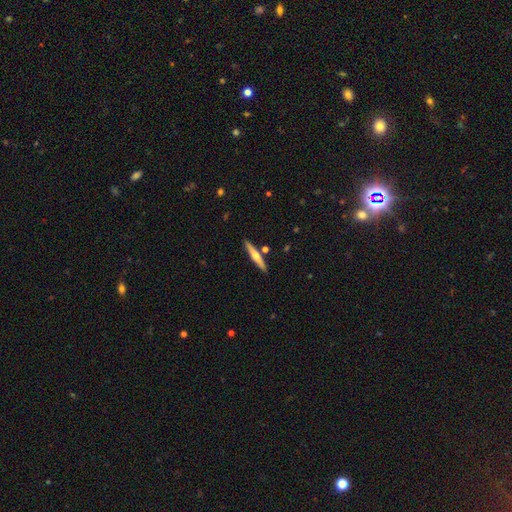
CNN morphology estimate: A featured or disk galaxy (54%) viewed edge-on (96%) with a rounded central bulge (84%).

Vote fractions:
- Smooth or featured? featured or disk: 54% / smooth: 40% / star or artifact: 5%
- Edge-on disk? yes: 96% / no: 4%
- Edge-on bulge? rounded: 84% / none: 11% / boxy: 5%
- Merging? none: 87% / minor disturbance: 7% / merger: 4% / major disturbance: 2%